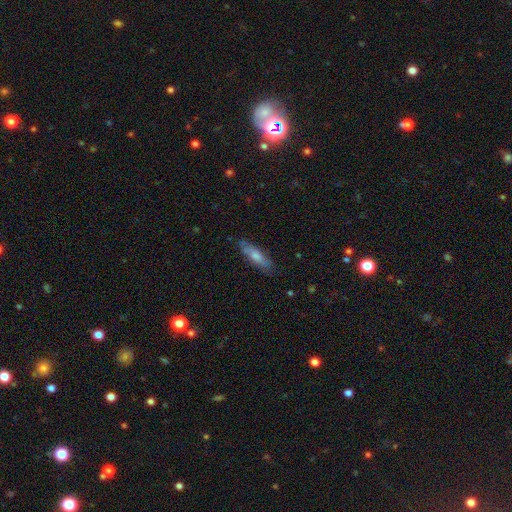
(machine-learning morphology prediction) This is likely a smooth galaxy (66%). How rounded: likely cigar-shaped (61%). Merging: likely none (78%).